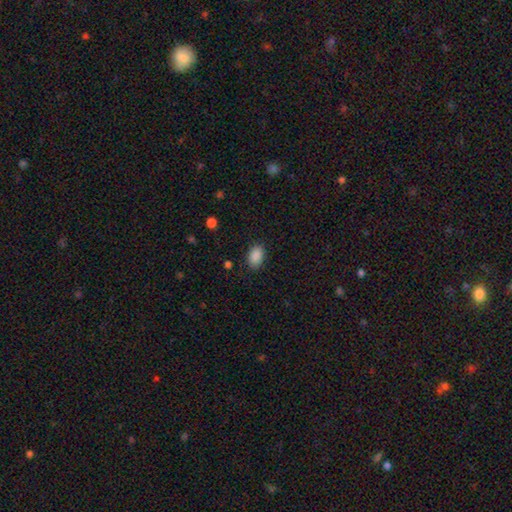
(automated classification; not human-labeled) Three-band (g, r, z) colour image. It shows a smooth galaxy with no disk features (89%) that is in between round and cigar-shaped (89%). Merging: none (85%).